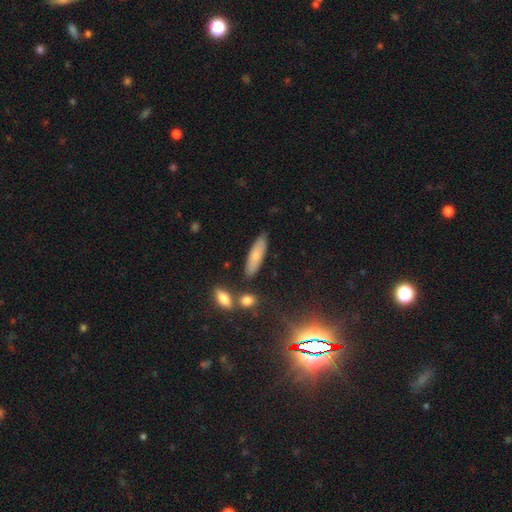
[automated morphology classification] type=smooth (73%); roundness=cigar-shaped (58%); merging=none (81%).